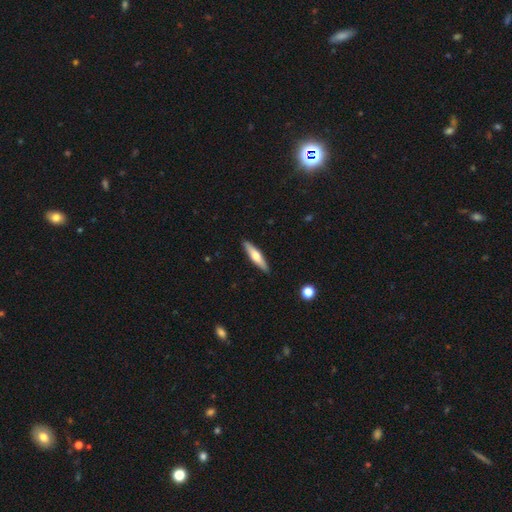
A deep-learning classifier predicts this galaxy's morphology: A smooth galaxy with no disk features (48%). Merging: none (91%).